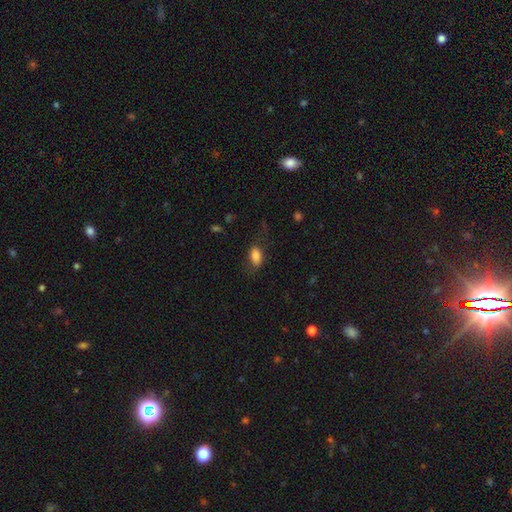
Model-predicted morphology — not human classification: Overall: smooth (82%). How rounded: in between (89%). Merging: none (67%).